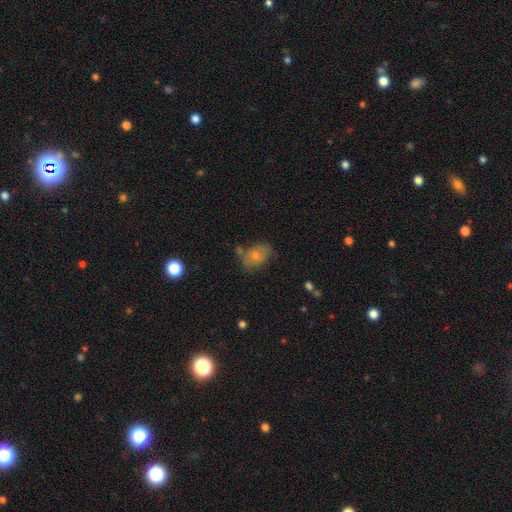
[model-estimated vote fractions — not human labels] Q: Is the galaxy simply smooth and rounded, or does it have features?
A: smooth — 69%.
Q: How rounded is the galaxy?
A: in between — 77%.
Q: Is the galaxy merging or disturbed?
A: none — 51%.